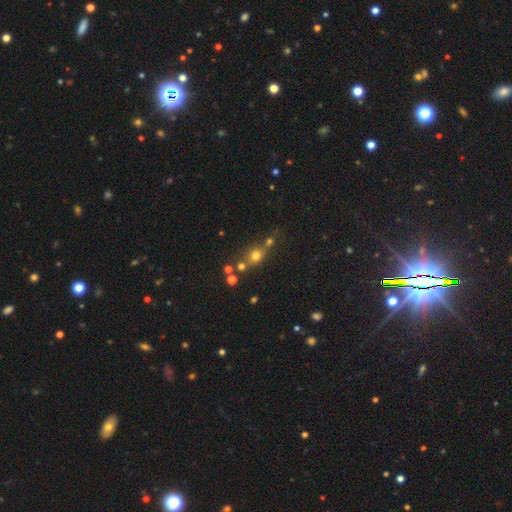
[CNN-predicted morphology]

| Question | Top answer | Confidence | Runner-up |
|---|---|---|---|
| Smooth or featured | smooth | 64% | star or artifact (22%) |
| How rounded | round | 80% | in between (18%) |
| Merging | none | 53% | merger (30%) |